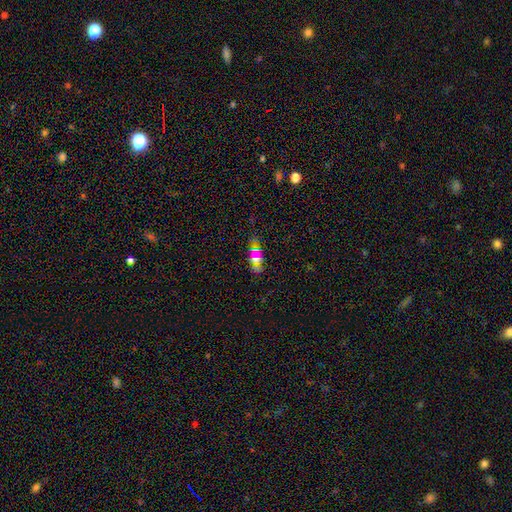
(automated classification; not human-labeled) Overall: smooth (49%; star or artifact 33%). Merging: none (72%).